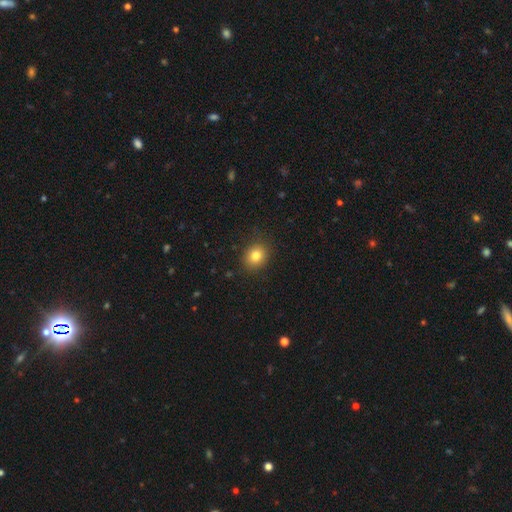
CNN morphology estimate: This appears to be a smooth galaxy with no disk features (82%) that is round (68%). Merging: none (87%).